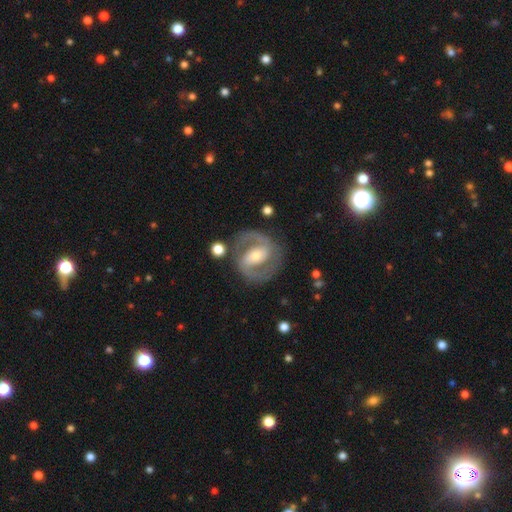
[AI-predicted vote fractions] Smooth or featured: featured or disk — 86% (smooth — 9%)
Edge-on disk: no — 97% (yes — 3%)
Bar: strong — 40% (weak — 38%)
Spiral arms: yes — 94% (no — 6%)
Spiral winding: medium — 55% (tight — 33%)
Spiral arm count: 2 — 92% (can't tell — 3%)
Bulge size: moderate — 55% (small — 33%)
Merging: none — 82% (minor disturbance — 11%)